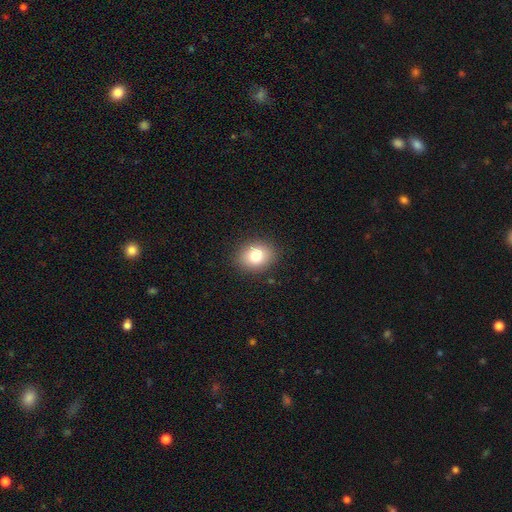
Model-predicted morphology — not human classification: Smooth or featured? smooth (80%)
How rounded? round (50%)
Merging? none (88%)